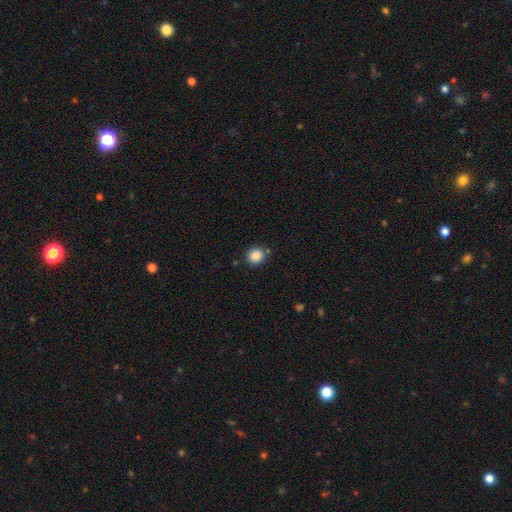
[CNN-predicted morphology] A smooth galaxy with no disk features (87%) that is round (89%).

Vote fractions:
- Smooth or featured? smooth: 87% / star or artifact: 10% / featured or disk: 3%
- How rounded? round: 89% / in between: 10% / cigar-shaped: 1%
- Merging? none: 83% / minor disturbance: 9% / merger: 5% / major disturbance: 3%